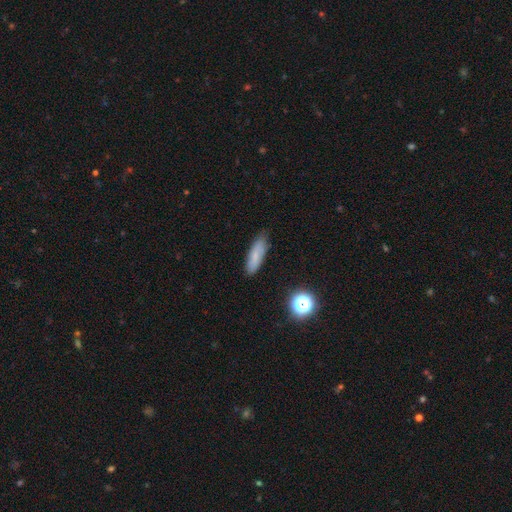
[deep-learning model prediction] Morphology: type=smooth (75%); roundness=cigar-shaped (55%); merging=none (79%).